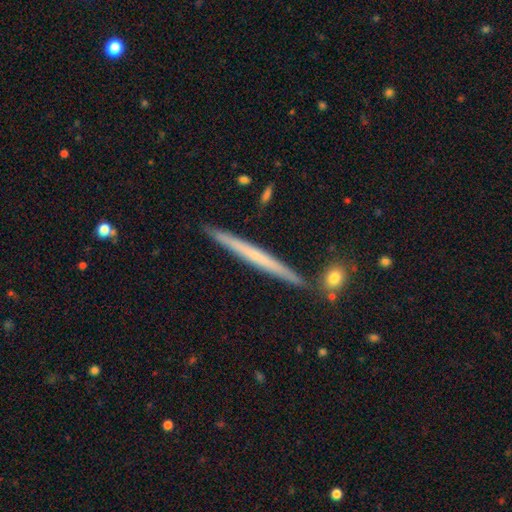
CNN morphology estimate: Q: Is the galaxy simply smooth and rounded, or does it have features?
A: featured or disk — 51%.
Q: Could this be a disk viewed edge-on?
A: yes — 97%.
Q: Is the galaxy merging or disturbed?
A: none — 89%.